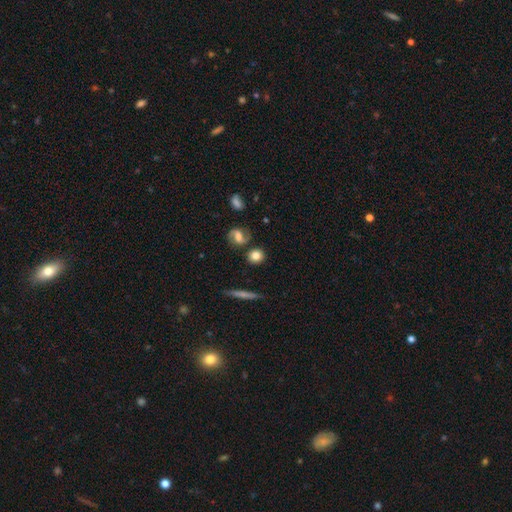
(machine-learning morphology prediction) This appears to be a smooth galaxy with no disk features (71%) that is round (80%). Merging: none (79%).